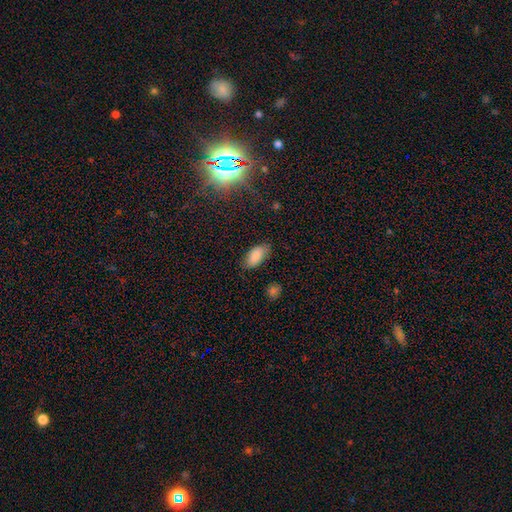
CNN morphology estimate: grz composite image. It shows a smooth galaxy with no disk features (86%) that is in between round and cigar-shaped (92%). Merging: none (78%).